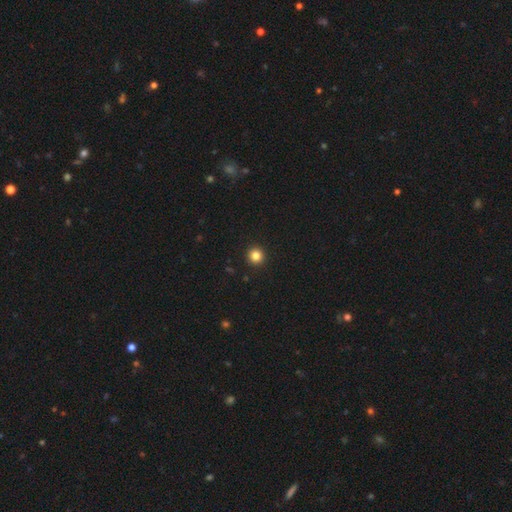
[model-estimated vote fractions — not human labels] Q: Smooth or featured?
A: smooth (84%); runner-up: star or artifact (12%)
Q: How rounded?
A: round (95%); runner-up: in between (4%)
Q: Merging?
A: none (94%); runner-up: minor disturbance (4%)